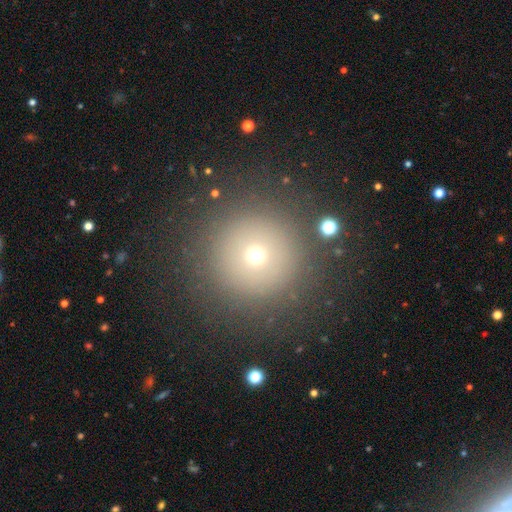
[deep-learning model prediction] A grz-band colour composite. It shows a smooth galaxy with no disk features (64%) that is round (96%). Merging: none (88%).